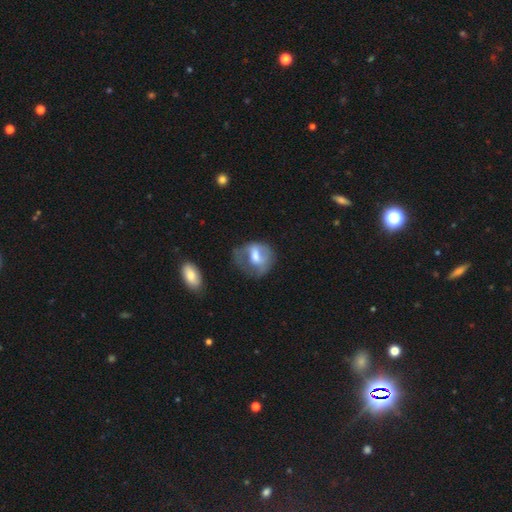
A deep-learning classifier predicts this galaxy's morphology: Smooth or featured? smooth (47%)
Merging? none (39%)